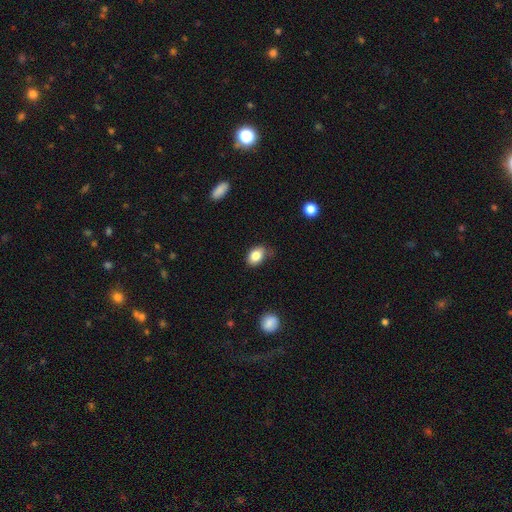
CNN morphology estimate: Smooth or featured: smooth — 84% (star or artifact — 9%)
How rounded: in between — 77% (round — 21%)
Merging: none — 68% (minor disturbance — 25%)